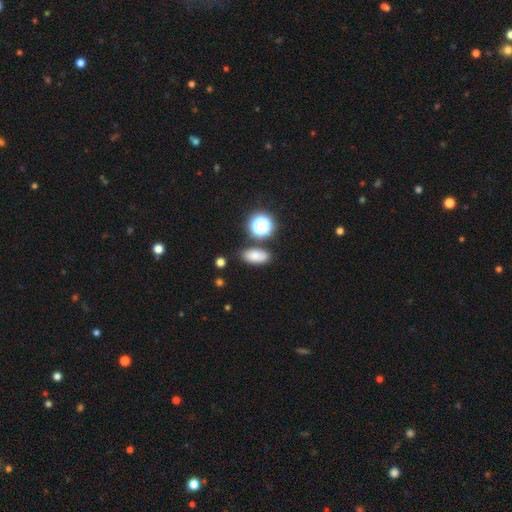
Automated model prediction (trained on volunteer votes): Q: Smooth or featured?
A: smooth (78%); runner-up: star or artifact (15%)
Q: How rounded?
A: in between (80%); runner-up: round (14%)
Q: Merging?
A: none (80%); runner-up: minor disturbance (11%)